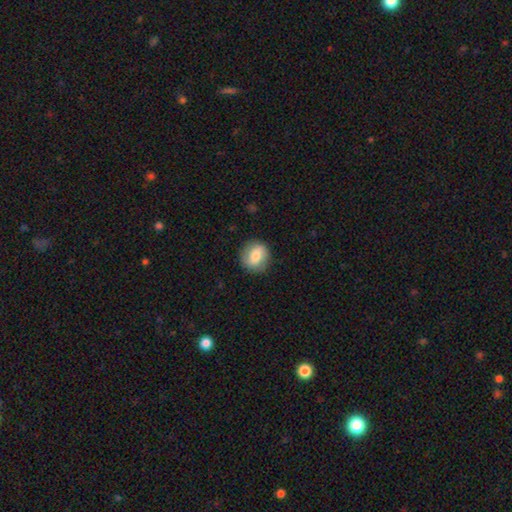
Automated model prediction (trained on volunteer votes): Smooth or featured? Predicted: smooth (p=0.69). How rounded? Predicted: round (p=0.82). Merging? Predicted: none (p=0.86).